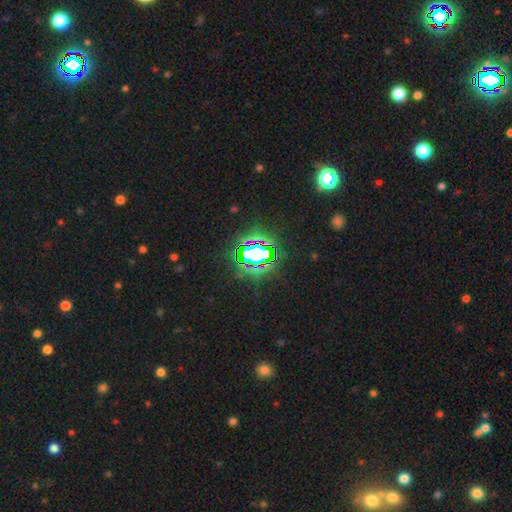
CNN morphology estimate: Smooth or featured? Predicted: star or artifact (p=0.72).